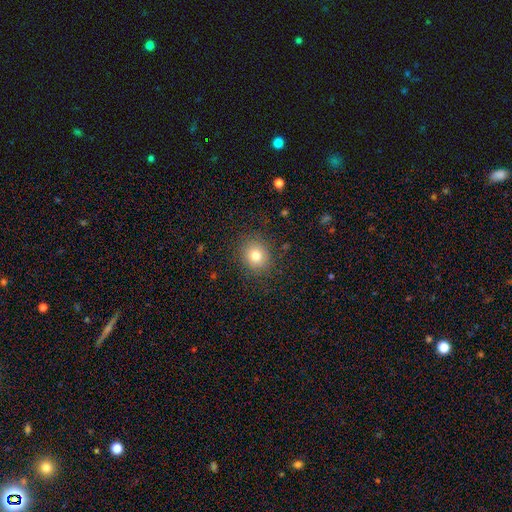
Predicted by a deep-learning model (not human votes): Smooth or featured?
  - smooth: 78% *
  - star or artifact: 13%
  - featured or disk: 10%
How rounded?
  - round: 76% *
  - in between: 23%
  - cigar-shaped: 1%
Merging?
  - none: 86% *
  - minor disturbance: 9%
  - major disturbance: 4%
  - merger: 1%